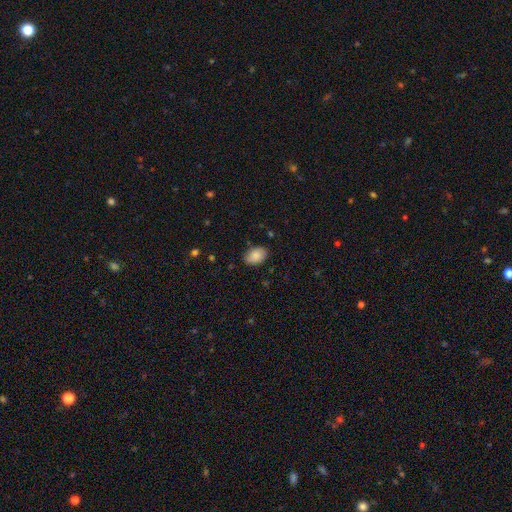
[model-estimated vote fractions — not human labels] Smooth or featured: smooth — 88% (star or artifact — 7%)
How rounded: in between — 87% (round — 12%)
Merging: none — 85% (minor disturbance — 12%)